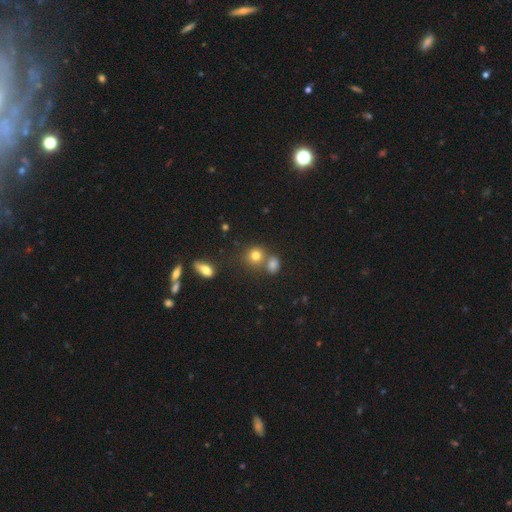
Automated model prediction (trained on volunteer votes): This is likely a smooth galaxy (78%). How rounded: likely round (79%). Merging: possibly none (58%).